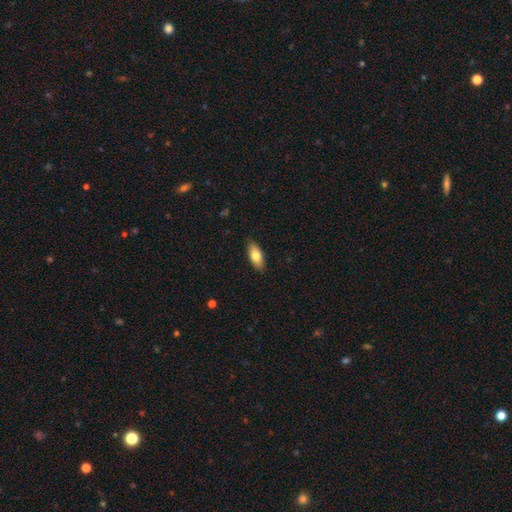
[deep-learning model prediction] Smooth or featured: smooth — 76% (featured or disk — 17%)
How rounded: in between — 83% (cigar-shaped — 14%)
Merging: none — 87% (minor disturbance — 10%)